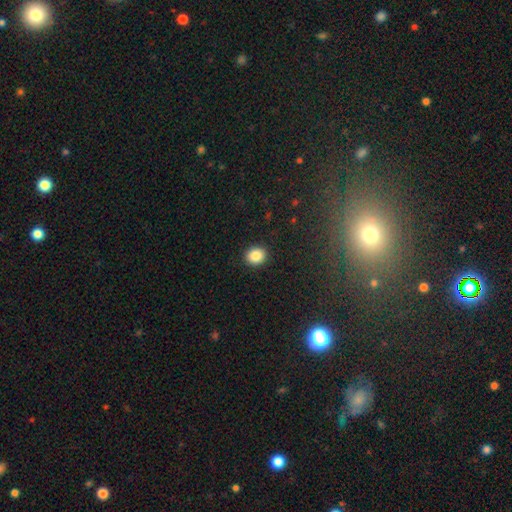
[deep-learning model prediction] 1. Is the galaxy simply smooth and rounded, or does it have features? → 86% smooth, 10% star or artifact, 4% featured or disk.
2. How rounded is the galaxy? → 76% round, 23% in between, 1% cigar-shaped.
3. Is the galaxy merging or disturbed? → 92% none, 6% minor disturbance, 2% major disturbance, 1% merger.